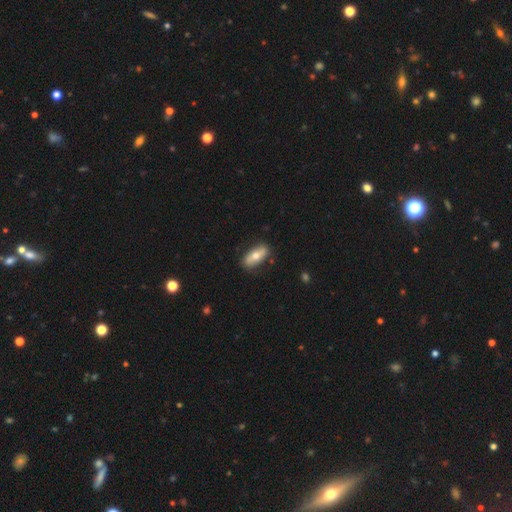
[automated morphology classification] Smooth or featured: smooth — 60% (featured or disk — 34%)
How rounded: in between — 78% (cigar-shaped — 19%)
Merging: none — 84% (minor disturbance — 12%)